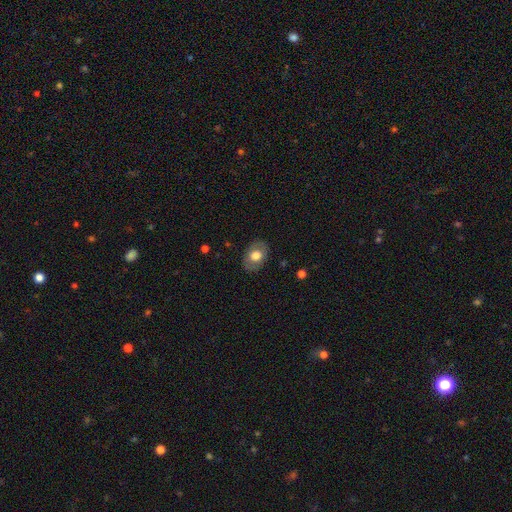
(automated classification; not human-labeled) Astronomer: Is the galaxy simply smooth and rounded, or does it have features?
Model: smooth — 63%.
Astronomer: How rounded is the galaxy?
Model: in between — 75%.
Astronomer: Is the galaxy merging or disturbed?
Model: none — 83%.